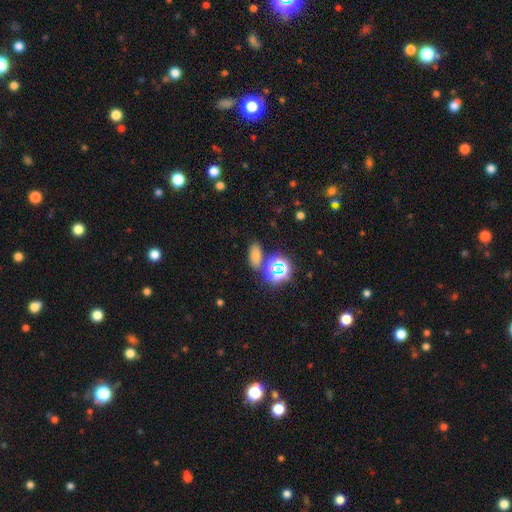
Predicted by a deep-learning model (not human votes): A smooth galaxy with no disk features (64%) that is in between round and cigar-shaped (82%). Merging: none (75%).